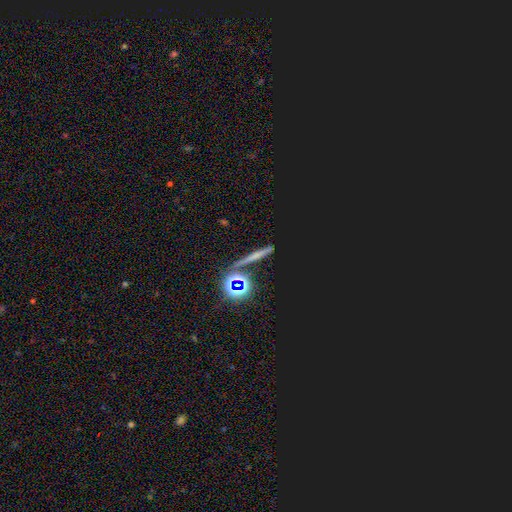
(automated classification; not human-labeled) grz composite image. It shows a star or artifact, not a galaxy (52%).